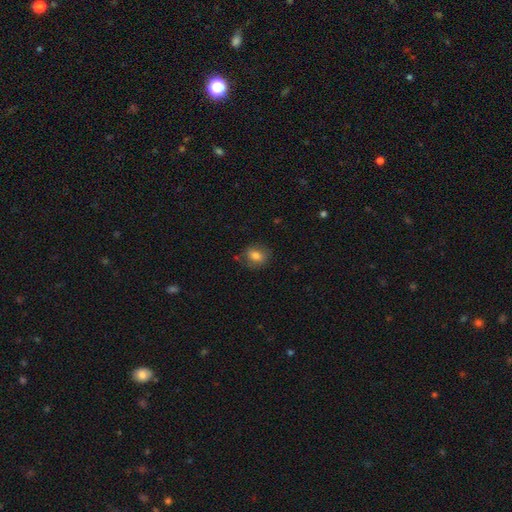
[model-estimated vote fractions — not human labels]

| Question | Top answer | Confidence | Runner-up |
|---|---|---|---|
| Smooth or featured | smooth | 77% | featured or disk (14%) |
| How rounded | in between | 59% | round (40%) |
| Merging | none | 75% | minor disturbance (17%) |